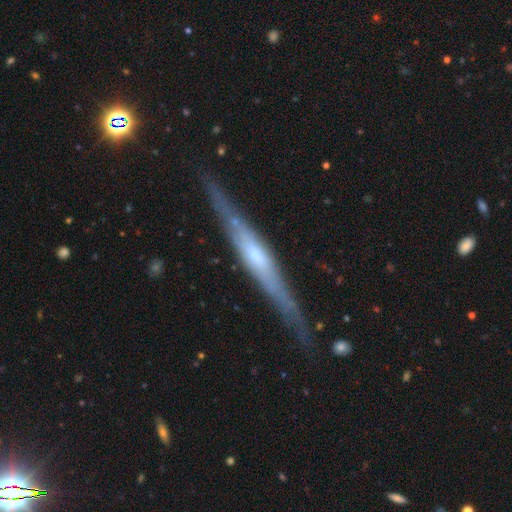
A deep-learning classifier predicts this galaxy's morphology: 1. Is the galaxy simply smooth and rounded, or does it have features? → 76% featured or disk, 19% smooth, 6% star or artifact.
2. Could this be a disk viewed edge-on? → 94% yes, 6% no.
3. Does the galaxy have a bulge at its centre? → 51% rounded, 29% none, 21% boxy.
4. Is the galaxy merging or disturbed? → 81% none, 14% minor disturbance, 3% major disturbance, 2% merger.